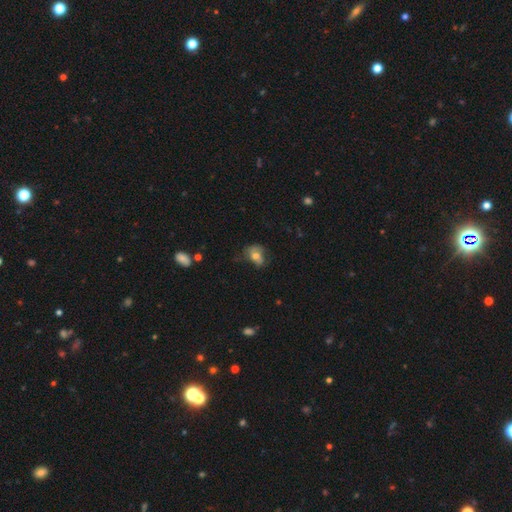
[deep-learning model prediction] A smooth galaxy with no disk features (58%) that is in between round and cigar-shaped (66%). Merging: none (41%).